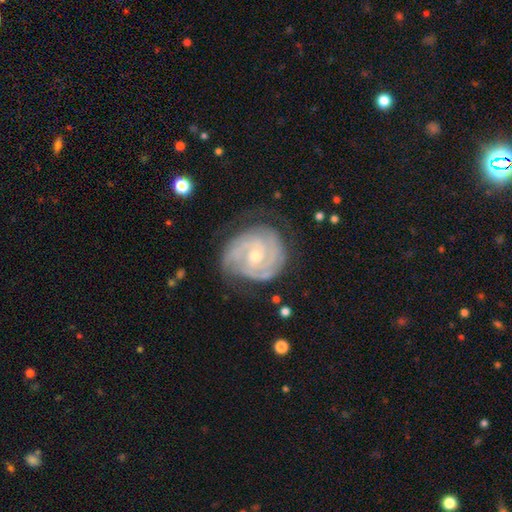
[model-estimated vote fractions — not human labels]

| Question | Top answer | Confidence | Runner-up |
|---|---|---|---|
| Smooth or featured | featured or disk | 90% | smooth (6%) |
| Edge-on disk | no | 98% | yes (2%) |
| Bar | no | 63% | weak (30%) |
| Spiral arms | yes | 98% | no (2%) |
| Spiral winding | tight | 75% | medium (21%) |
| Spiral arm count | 2 | 33% | 3 (30%) |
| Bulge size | small | 49% | moderate (48%) |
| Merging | none | 72% | minor disturbance (20%) |